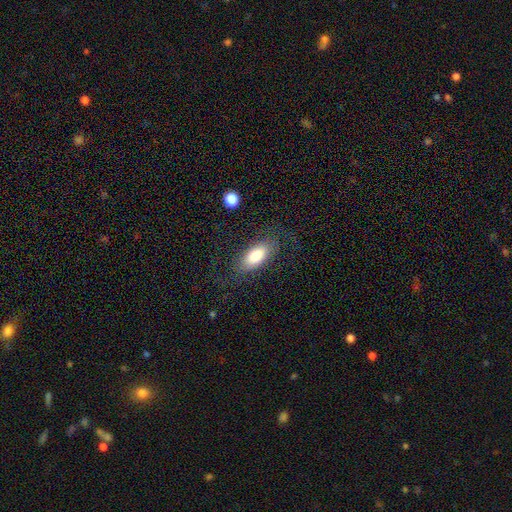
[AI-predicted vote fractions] Q: Smooth or featured?
A: smooth (78%); runner-up: featured or disk (16%)
Q: How rounded?
A: in between (87%); runner-up: cigar-shaped (11%)
Q: Merging?
A: none (77%); runner-up: minor disturbance (14%)